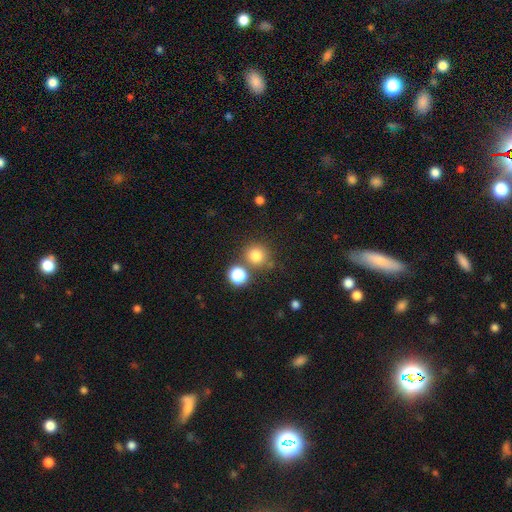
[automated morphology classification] This is likely a smooth galaxy (80%). How rounded: clearly round (91%). Merging: likely none (72%).